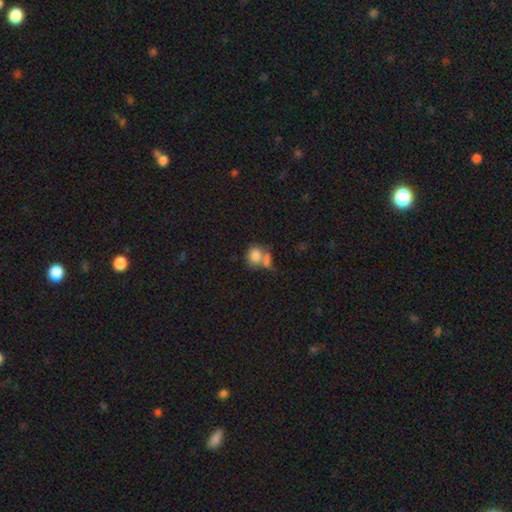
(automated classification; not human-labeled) Smooth or featured? smooth (81%)
How rounded? round (58%)
Merging? merger (50%)